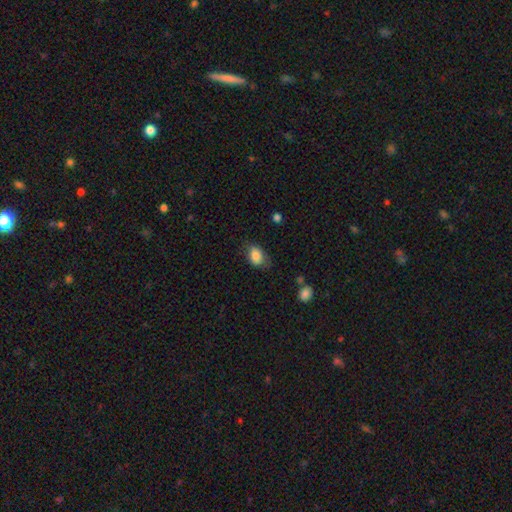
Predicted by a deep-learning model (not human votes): smooth_or_featured: smooth (p=0.84) [alt: featured or disk p=0.09]
how_rounded: in between (p=0.82) [alt: round p=0.16]
merging: none (p=0.61) [alt: minor disturbance p=0.27]